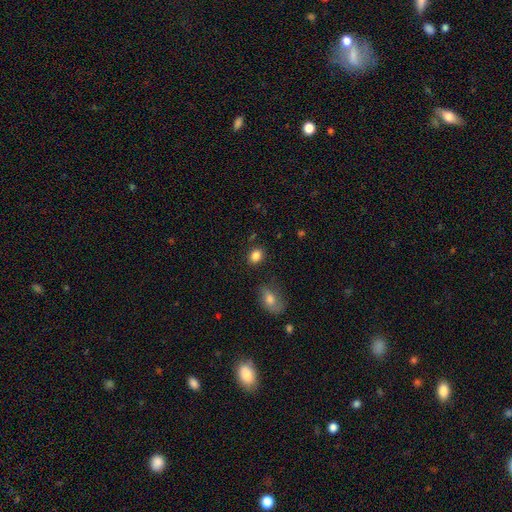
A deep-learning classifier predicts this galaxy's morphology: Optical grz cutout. It shows a smooth galaxy with no disk features (85%) that is in between round and cigar-shaped (52%). Merging: none (84%).